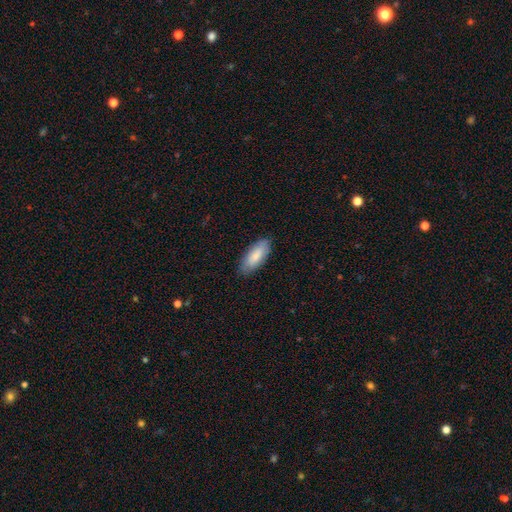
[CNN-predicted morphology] smooth-or-featured: smooth: 84% | featured or disk: 11% | star or artifact: 5%
  how-rounded: in between: 80% | cigar-shaped: 18% | round: 2%
  merging: none: 85% | minor disturbance: 12% | major disturbance: 2% | merger: 1%